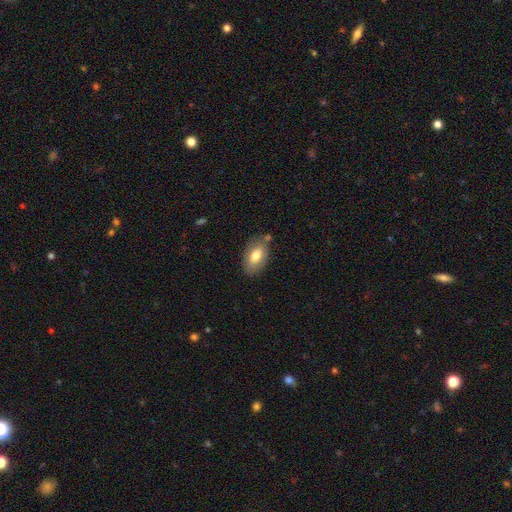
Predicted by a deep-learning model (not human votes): This is likely a smooth galaxy (74%). How rounded: clearly in between (92%). Merging: likely none (73%).